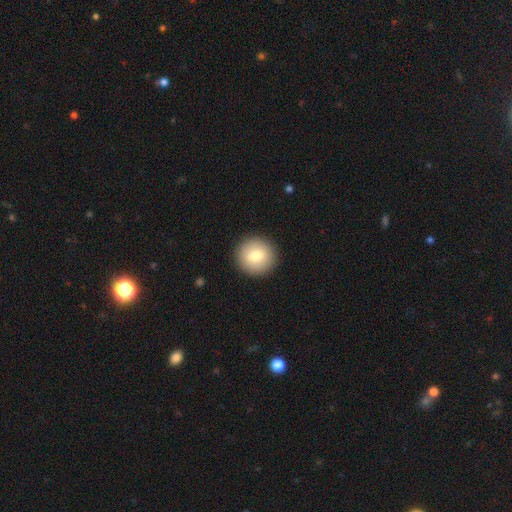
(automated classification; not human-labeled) This appears to be a smooth galaxy with no disk features (76%) that is round (90%). Merging: none (91%).